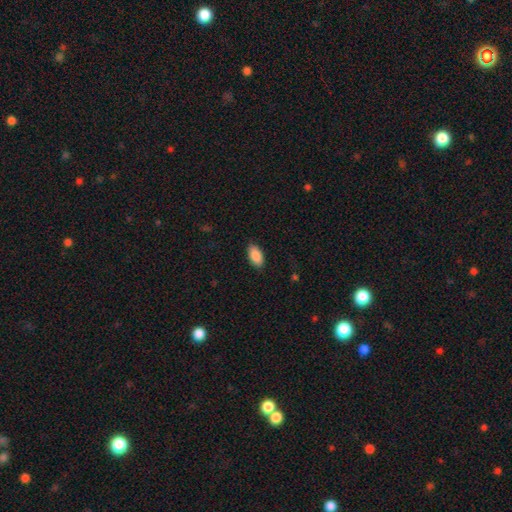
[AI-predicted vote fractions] Smooth or featured? Predicted: smooth (p=0.90). How rounded? Predicted: in between (p=0.94). Merging? Predicted: none (p=0.87).